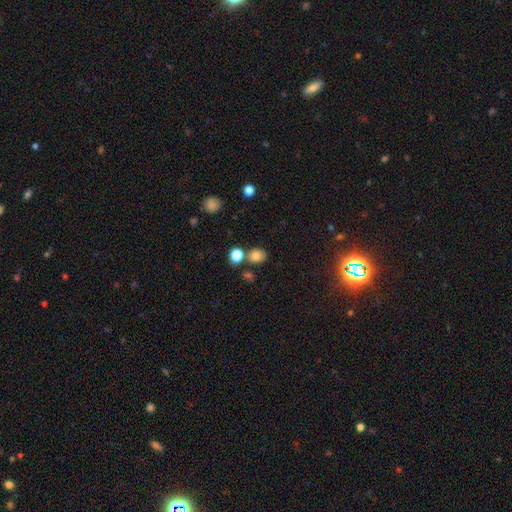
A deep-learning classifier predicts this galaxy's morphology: The model was most divided on "how rounded": round: 52%, in between: 47%, cigar-shaped: 1%. More confident: smooth or featured — smooth (80%); merging — none (71%).